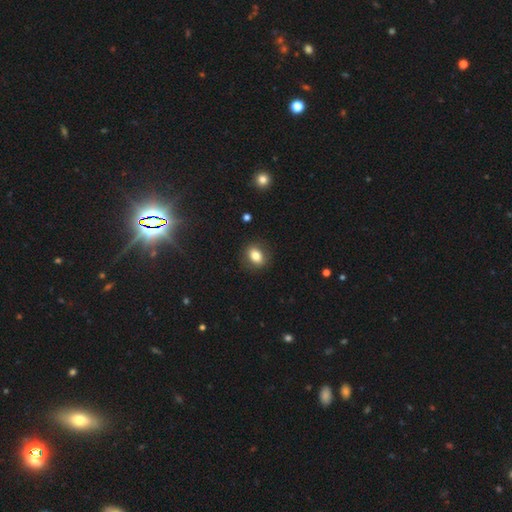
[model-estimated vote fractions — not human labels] smooth-or-featured: smooth: 81% | featured or disk: 10% | star or artifact: 9%
  how-rounded: in between: 65% | round: 33% | cigar-shaped: 2%
  merging: none: 87% | minor disturbance: 9% | major disturbance: 3% | merger: 1%